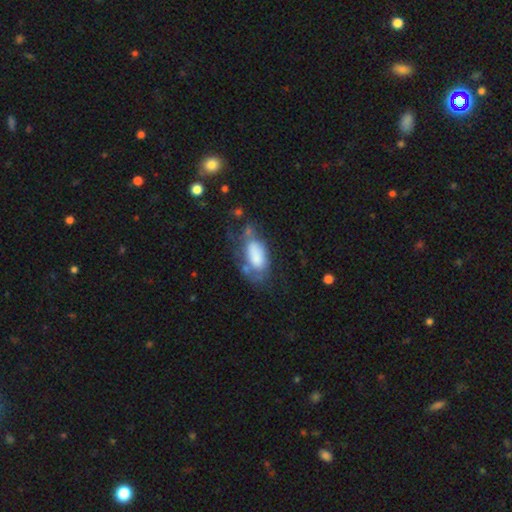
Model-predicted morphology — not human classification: Smooth or featured? Predicted: smooth (p=0.67). How rounded? Predicted: in between (p=0.91). Merging? Predicted: none (p=0.32).